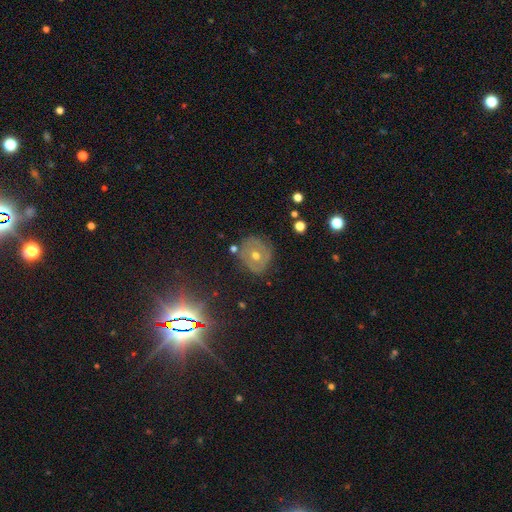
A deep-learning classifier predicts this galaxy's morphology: A featured or disk galaxy (57%) with no bar (75%), no spiral arms (57%) and a moderate central bulge (69%). Merging: none (79%).